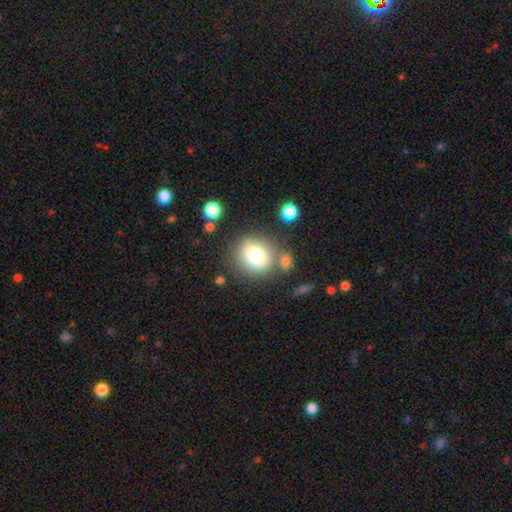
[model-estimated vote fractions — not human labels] This appears to be a smooth galaxy with no disk features (77%) that is round (84%). Merging: none (70%).